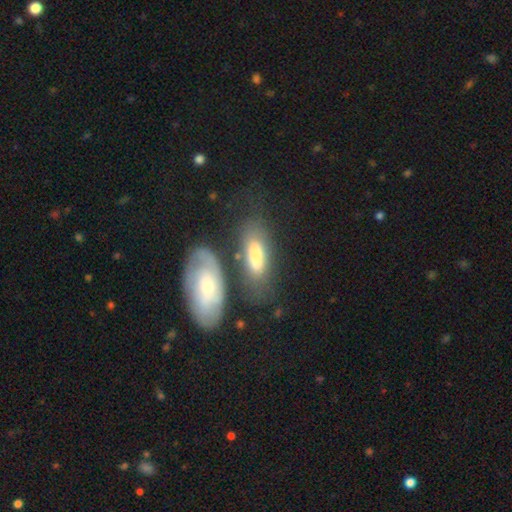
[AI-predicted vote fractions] This is likely a smooth galaxy (73%). How rounded: likely in between (69%). Merging: possibly none (51%).